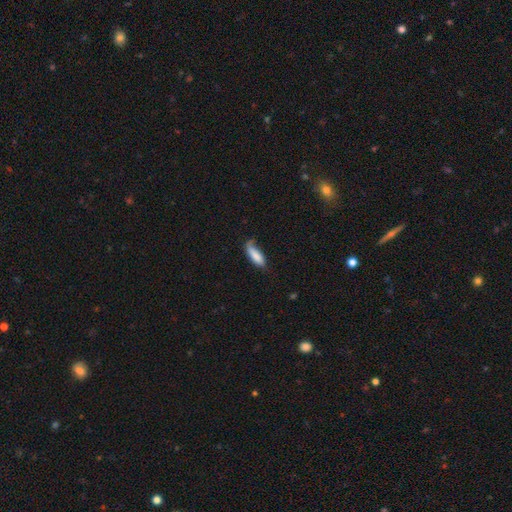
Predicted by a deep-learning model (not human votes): Morphology: type=smooth (81%); roundness=in between (56%); merging=none (49%).